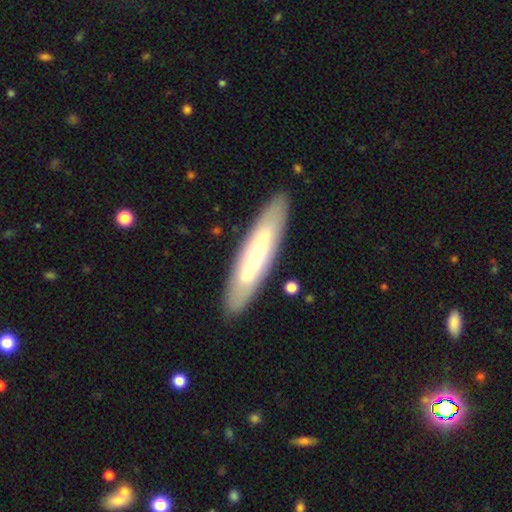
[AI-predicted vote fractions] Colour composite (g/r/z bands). It shows a featured or disk galaxy (51%). Merging: none (88%).